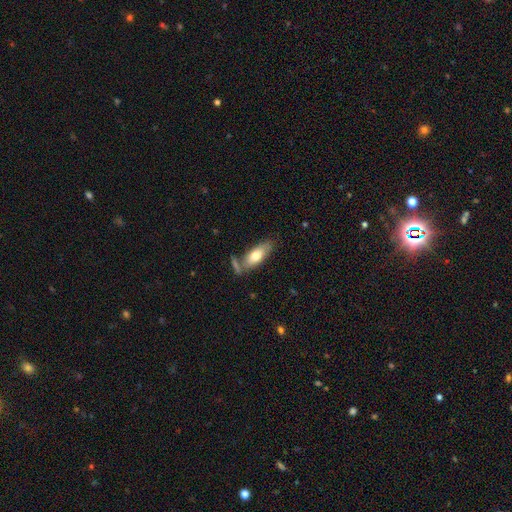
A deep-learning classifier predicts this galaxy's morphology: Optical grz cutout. It shows a smooth galaxy with no disk features (68%) that is in between round and cigar-shaped (76%). Merging: none (65%).